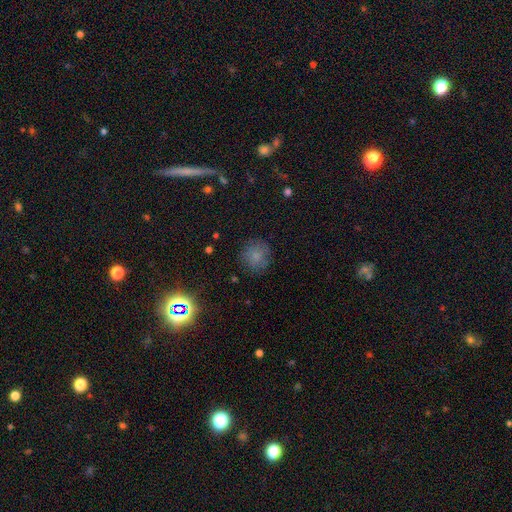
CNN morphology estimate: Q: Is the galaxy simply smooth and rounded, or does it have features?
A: smooth — 79%.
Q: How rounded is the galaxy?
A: round — 89%.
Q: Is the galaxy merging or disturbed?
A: none — 80%.